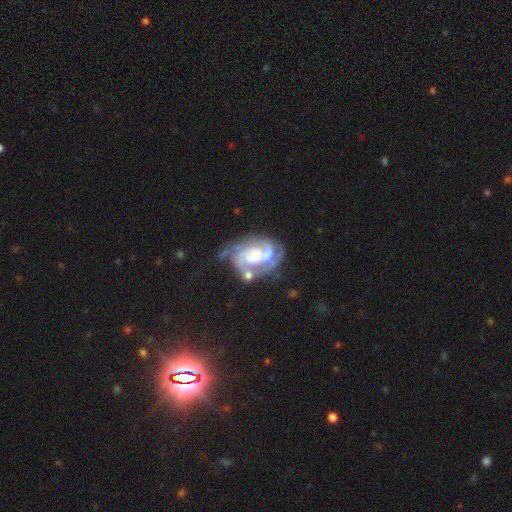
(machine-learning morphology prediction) Smooth or featured: featured or disk — 85% (smooth — 9%)
Edge-on disk: no — 97% (yes — 3%)
Bar: no — 61% (weak — 29%)
Spiral arms: yes — 94% (no — 6%)
Spiral winding: tight — 55% (medium — 36%)
Spiral arm count: 2 — 42% (3 — 23%)
Bulge size: moderate — 40% (small — 36%)
Merging: none — 47% (minor disturbance — 23%)